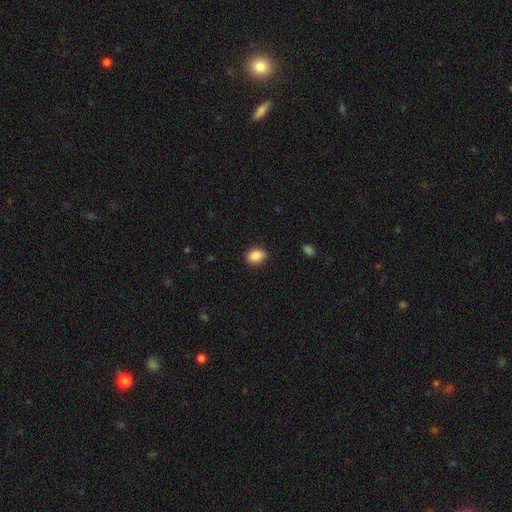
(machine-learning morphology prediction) Smooth or featured?
  - smooth: 89% *
  - star or artifact: 8%
  - featured or disk: 3%
How rounded?
  - in between: 71% *
  - round: 28%
  - cigar-shaped: 1%
Merging?
  - none: 88% *
  - minor disturbance: 8%
  - major disturbance: 2%
  - merger: 1%